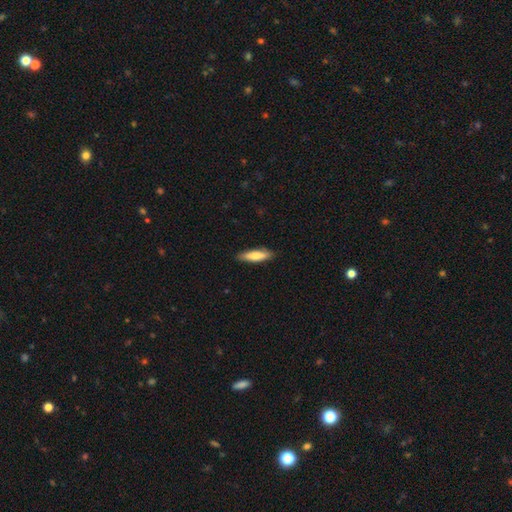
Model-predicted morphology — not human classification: A smooth galaxy with no disk features (75%) that is cigar-shaped (63%).

Vote fractions:
- Smooth or featured? smooth: 75% / featured or disk: 19% / star or artifact: 6%
- How rounded? cigar-shaped: 63% / in between: 35% / round: 2%
- Merging? none: 87% / minor disturbance: 10% / major disturbance: 2% / merger: 1%